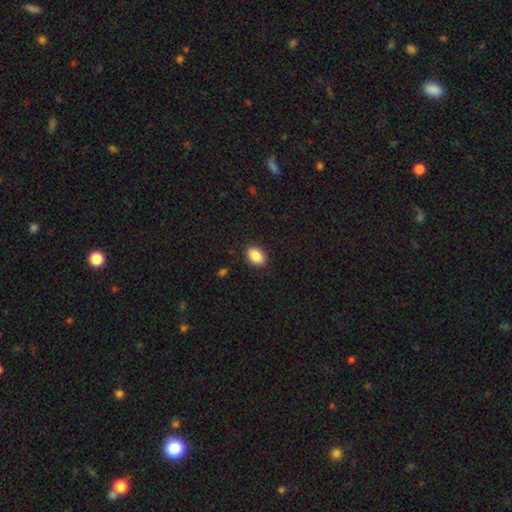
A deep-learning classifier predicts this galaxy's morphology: Smooth or featured: smooth — 88% (star or artifact — 7%)
How rounded: in between — 87% (round — 12%)
Merging: none — 89% (minor disturbance — 8%)